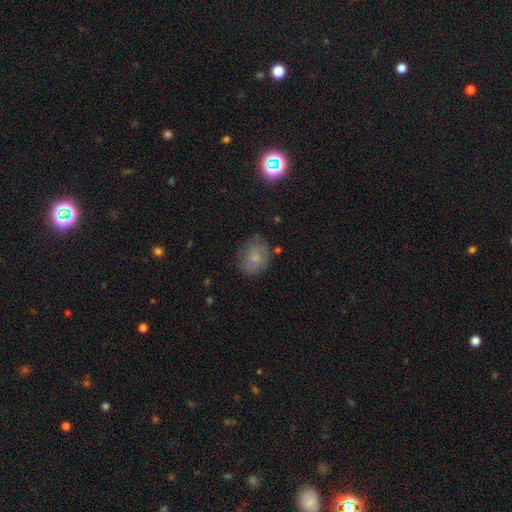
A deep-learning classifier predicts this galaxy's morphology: Smooth or featured?
  - smooth: 69% *
  - featured or disk: 21%
  - star or artifact: 9%
How rounded?
  - round: 58% *
  - in between: 41%
  - cigar-shaped: 1%
Merging?
  - none: 69% *
  - minor disturbance: 21%
  - major disturbance: 7%
  - merger: 3%